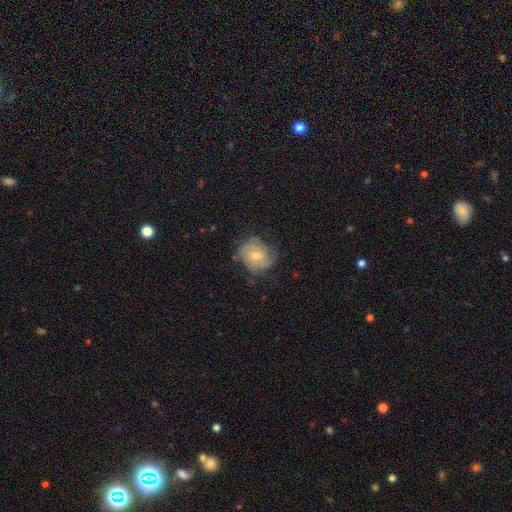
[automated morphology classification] Q: Smooth or featured?
A: featured or disk (66%); runner-up: smooth (24%)
Q: Edge-on disk?
A: no (97%); runner-up: yes (3%)
Q: Bar?
A: no (64%); runner-up: weak (31%)
Q: Spiral arms?
A: yes (87%); runner-up: no (13%)
Q: Spiral winding?
A: tight (58%); runner-up: medium (31%)
Q: Spiral arm count?
A: can't tell (39%); runner-up: 3 (22%)
Q: Bulge size?
A: moderate (53%); runner-up: small (43%)
Q: Merging?
A: none (68%); runner-up: minor disturbance (22%)